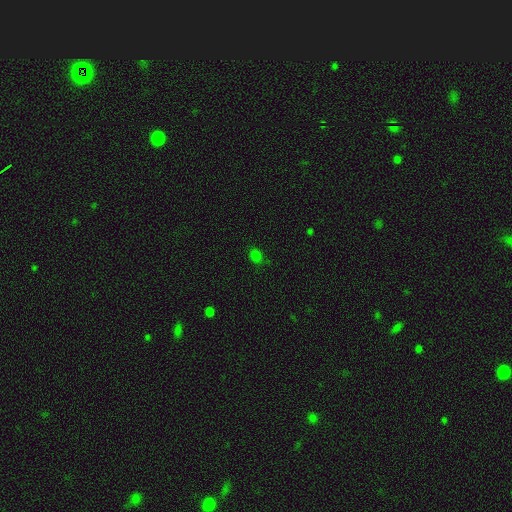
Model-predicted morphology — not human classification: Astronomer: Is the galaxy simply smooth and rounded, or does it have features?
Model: smooth — 74%.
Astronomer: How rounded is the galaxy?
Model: round — 61% (runner-up: in between, 38%).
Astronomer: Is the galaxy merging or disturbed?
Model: none — 83%.